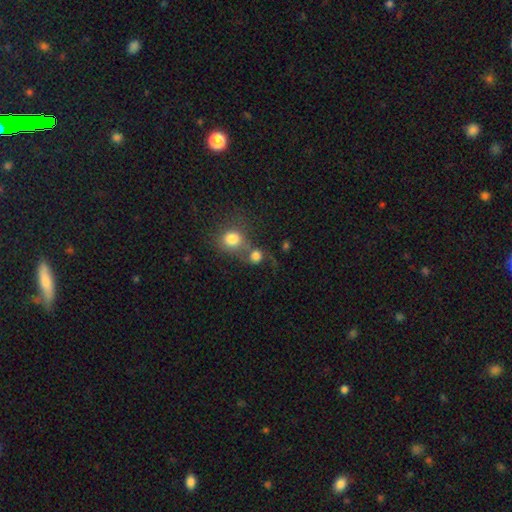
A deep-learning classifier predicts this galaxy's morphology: Smooth or featured: smooth — 75% (star or artifact — 13%)
How rounded: round — 82% (in between — 17%)
Merging: merger — 51% (none — 31%)